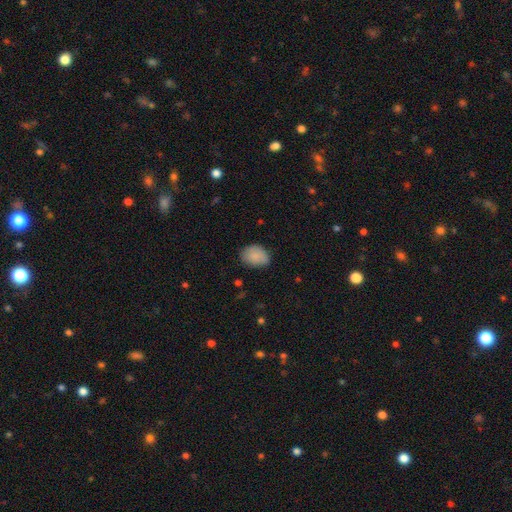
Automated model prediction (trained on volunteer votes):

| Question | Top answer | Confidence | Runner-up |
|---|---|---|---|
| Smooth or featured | smooth | 85% | featured or disk (8%) |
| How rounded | in between | 65% | round (34%) |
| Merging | none | 69% | minor disturbance (25%) |